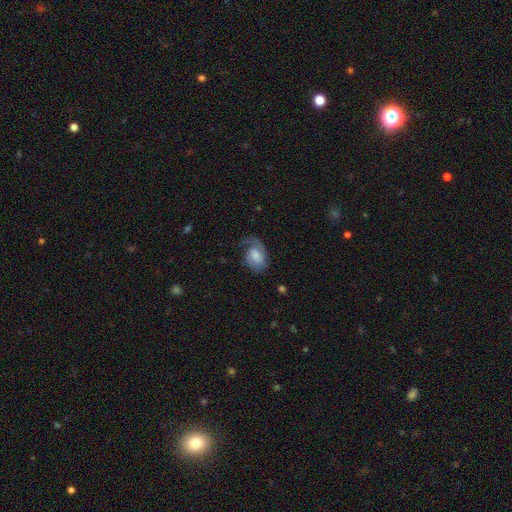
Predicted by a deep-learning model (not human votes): Smooth or featured?
  - featured or disk: 65% *
  - smooth: 28%
  - star or artifact: 7%
Edge-on disk?
  - no: 97% *
  - yes: 3%
Bar?
  - no: 52% *
  - weak: 40%
  - strong: 8%
Spiral arms?
  - yes: 91% *
  - no: 9%
Spiral winding?
  - medium: 43% *
  - tight: 33%
  - loose: 24%
Spiral arm count?
  - 2: 44% *
  - 1: 42%
  - can't tell: 9%
  - 3: 2%
  - 4: 1%
  - more than 4: 1%
Bulge size?
  - moderate: 37% *
  - large: 25%
  - small: 21%
  - none: 15%
  - dominant: 3%
Merging?
  - none: 50% *
  - minor disturbance: 25%
  - major disturbance: 23%
  - merger: 2%